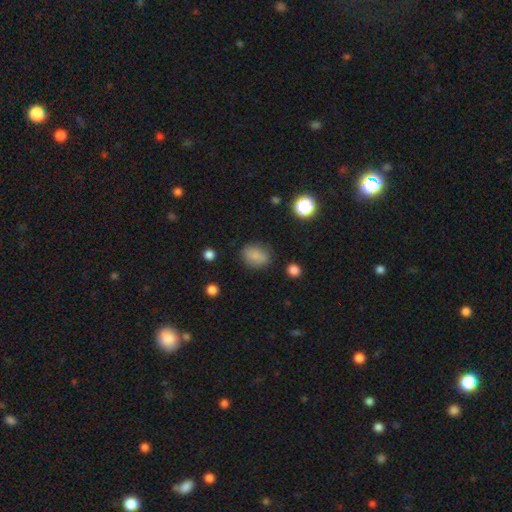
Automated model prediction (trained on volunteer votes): A smooth galaxy with no disk features (82%) that is in between round and cigar-shaped (61%). Merging: none (76%).